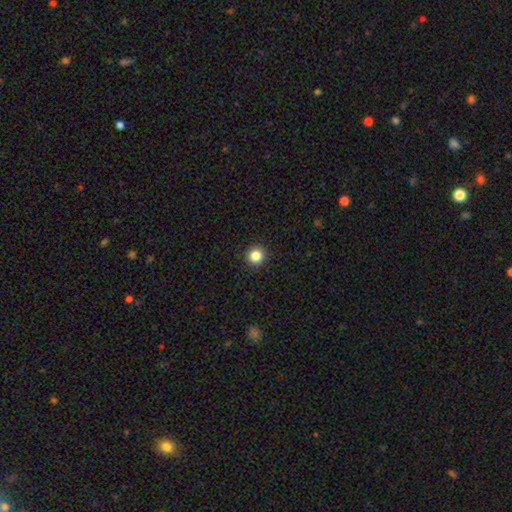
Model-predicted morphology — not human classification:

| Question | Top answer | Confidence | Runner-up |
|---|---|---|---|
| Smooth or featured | smooth | 85% | star or artifact (11%) |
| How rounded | round | 95% | in between (4%) |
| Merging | none | 93% | minor disturbance (4%) |